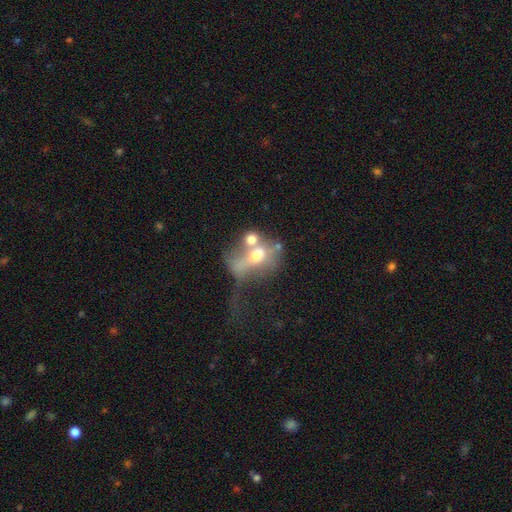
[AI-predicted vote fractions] Smooth or featured? Predicted: featured or disk (p=0.45). Merging? Predicted: merger (p=0.49).